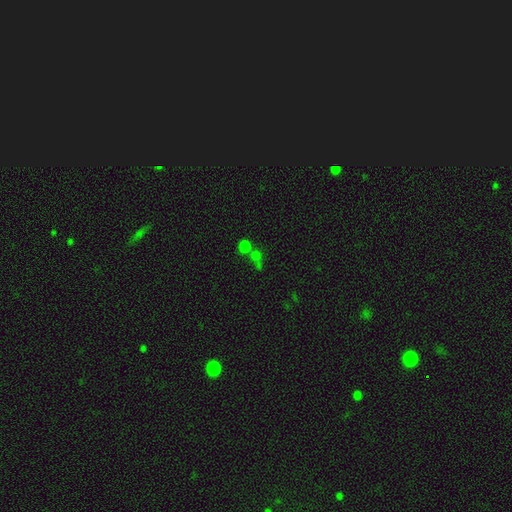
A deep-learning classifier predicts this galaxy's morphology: smooth_or_featured: smooth (p=0.60) [alt: star or artifact p=0.30]
how_rounded: round (p=0.82) [alt: in between p=0.16]
merging: none (p=0.52) [alt: merger p=0.34]